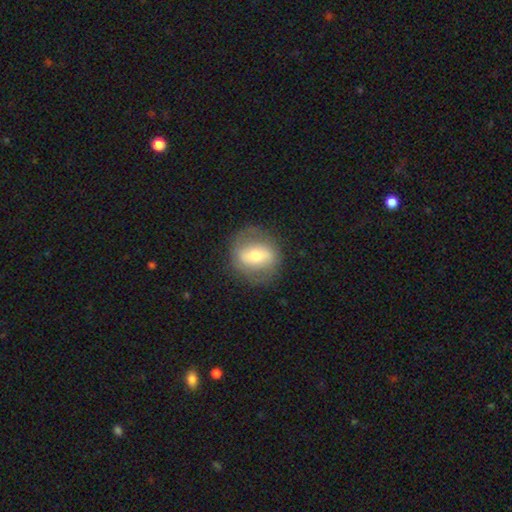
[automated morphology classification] Q: Smooth or featured?
A: featured or disk (49%); runner-up: smooth (44%)
Q: Merging?
A: none (79%); runner-up: minor disturbance (13%)